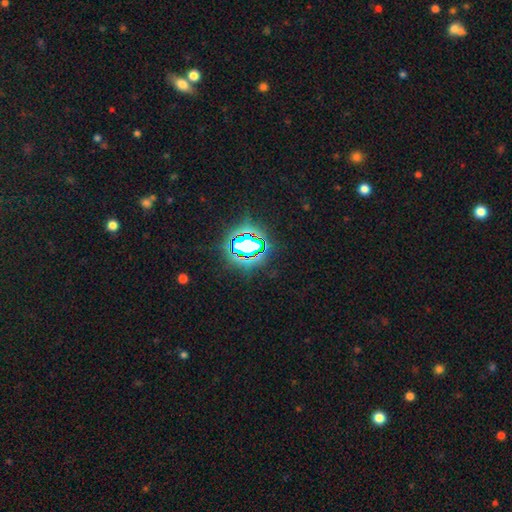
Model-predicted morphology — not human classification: Smooth or featured? Predicted: star or artifact (p=0.79).